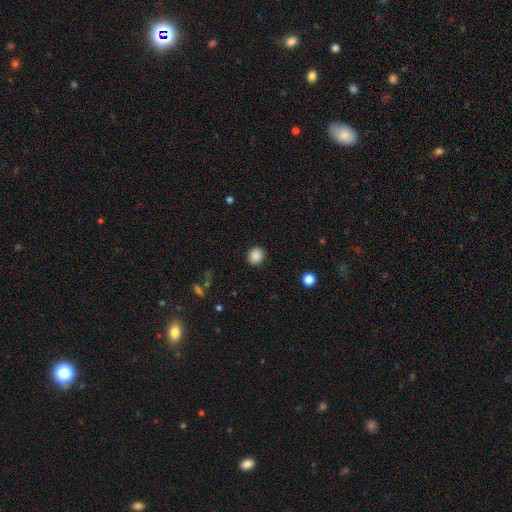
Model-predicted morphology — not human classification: smooth_or_featured: smooth (p=0.87) [alt: star or artifact p=0.10]
how_rounded: round (p=0.84) [alt: in between p=0.15]
merging: none (p=0.90) [alt: minor disturbance p=0.06]